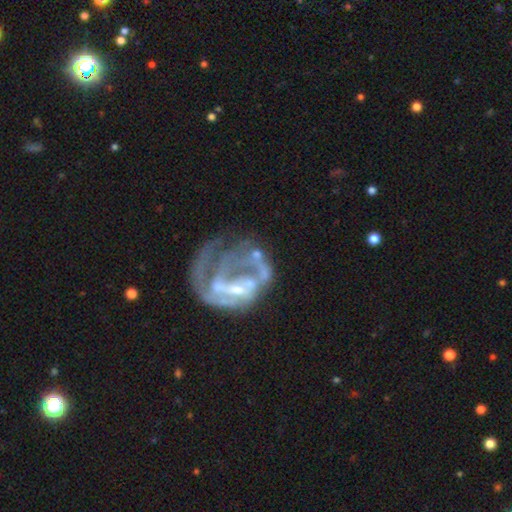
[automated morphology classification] Smooth or featured: featured or disk — 79% (smooth — 11%)
Edge-on disk: no — 98% (yes — 2%)
Bar: no — 45% (weak — 35%)
Spiral arms: yes — 64% (no — 36%)
Bulge size: small — 51% (moderate — 26%)
Merging: major disturbance — 44% (none — 26%)